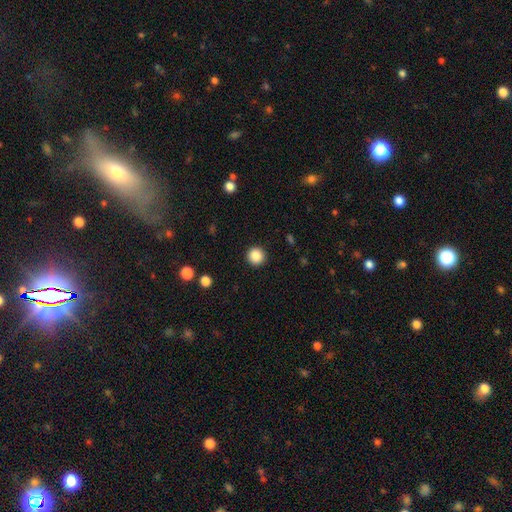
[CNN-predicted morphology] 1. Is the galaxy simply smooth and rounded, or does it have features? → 87% smooth, 9% star or artifact, 3% featured or disk.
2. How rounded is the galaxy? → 94% round, 5% in between, 1% cigar-shaped.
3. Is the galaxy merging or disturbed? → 92% none, 5% minor disturbance, 2% major disturbance, 1% merger.